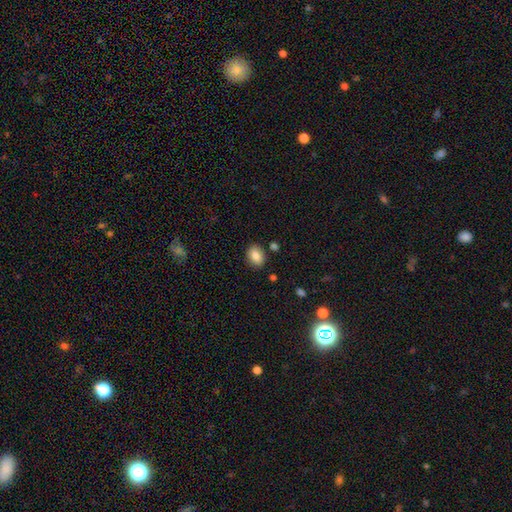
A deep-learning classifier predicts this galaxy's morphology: Smooth or featured: smooth — 85% (star or artifact — 8%)
How rounded: in between — 72% (round — 26%)
Merging: none — 85% (minor disturbance — 9%)